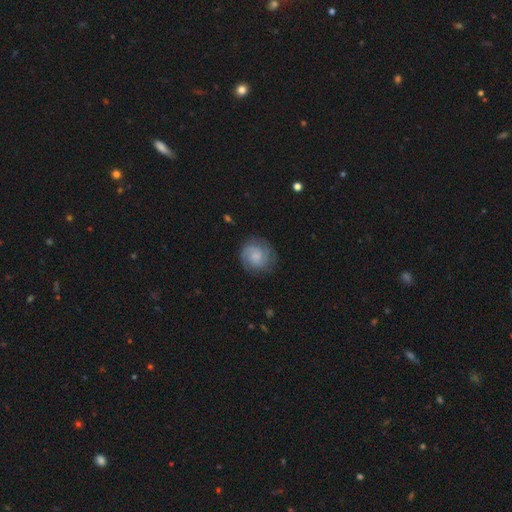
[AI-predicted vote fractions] Smooth or featured?
  - featured or disk: 63% *
  - smooth: 30%
  - star or artifact: 7%
Edge-on disk?
  - no: 98% *
  - yes: 2%
Bar?
  - no: 68% *
  - weak: 28%
  - strong: 4%
Spiral arms?
  - yes: 93% *
  - no: 7%
Spiral winding?
  - tight: 57% *
  - medium: 33%
  - loose: 10%
Spiral arm count?
  - 2: 50% *
  - can't tell: 21%
  - 3: 15%
  - 1: 6%
  - 4: 4%
  - more than 4: 4%
Bulge size?
  - small: 39% *
  - none: 28%
  - moderate: 24%
  - large: 8%
  - dominant: 2%
Merging?
  - none: 78% *
  - minor disturbance: 14%
  - major disturbance: 6%
  - merger: 1%